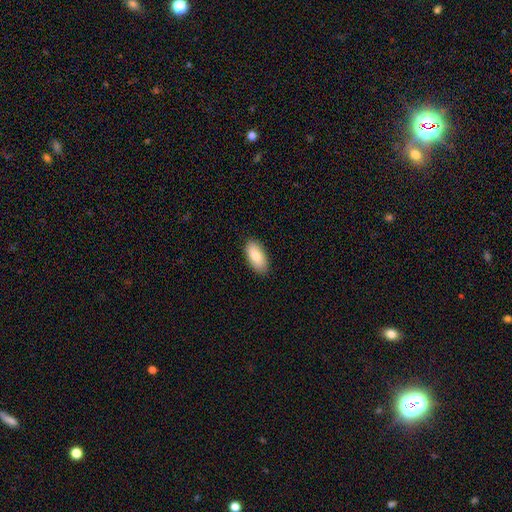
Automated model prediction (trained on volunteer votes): Smooth or featured: smooth — 82% (featured or disk — 12%)
How rounded: in between — 93% (cigar-shaped — 5%)
Merging: none — 87% (minor disturbance — 10%)